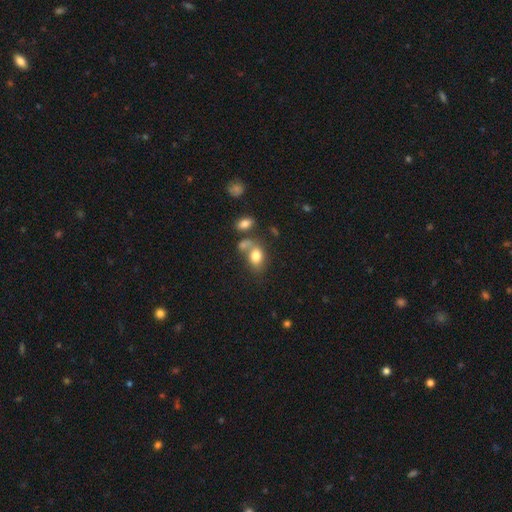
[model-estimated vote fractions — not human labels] The model was most divided on "merging": none: 42%, merger: 34%, minor disturbance: 15%, major disturbance: 10%. More confident: smooth or featured — smooth (78%); how rounded — in between (74%).